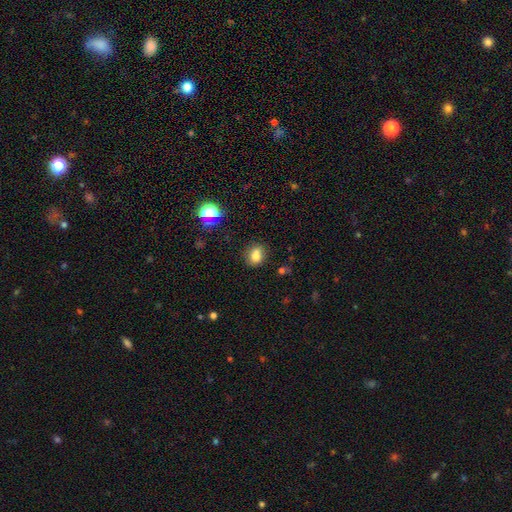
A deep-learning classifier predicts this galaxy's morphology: The model was most divided on "how rounded": round: 52%, in between: 47%, cigar-shaped: 1%. More confident: smooth or featured — smooth (75%); merging — none (69%).